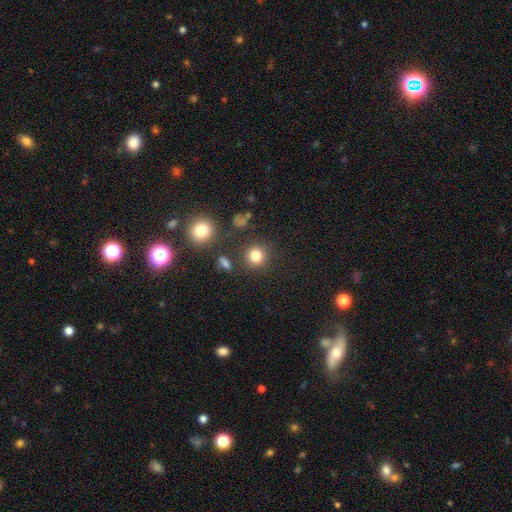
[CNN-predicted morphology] Q: Smooth or featured?
A: smooth (81%); runner-up: star or artifact (13%)
Q: How rounded?
A: round (88%); runner-up: in between (11%)
Q: Merging?
A: none (83%); runner-up: minor disturbance (8%)